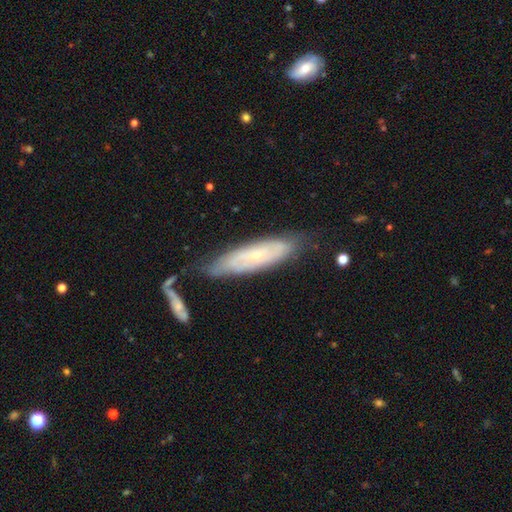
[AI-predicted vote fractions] smooth_or_featured: featured or disk (p=0.65) [alt: smooth p=0.29]
disk_edge_on: no (p=0.74) [alt: yes p=0.26]
merging: none (p=0.62) [alt: minor disturbance p=0.22]